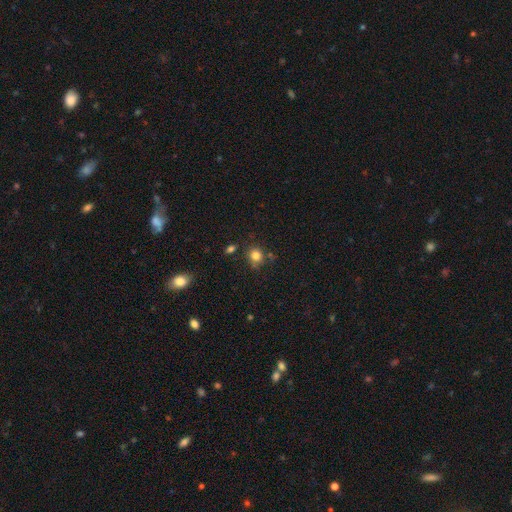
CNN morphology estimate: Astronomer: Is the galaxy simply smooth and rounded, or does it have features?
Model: smooth — 81%.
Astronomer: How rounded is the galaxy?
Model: round — 81%.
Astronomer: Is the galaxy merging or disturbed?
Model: none — 75%.